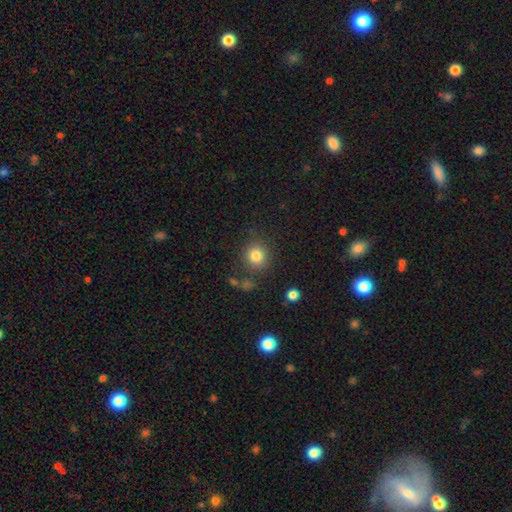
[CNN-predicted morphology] smooth_or_featured: smooth (p=0.82) [alt: star or artifact p=0.12]
how_rounded: round (p=0.89) [alt: in between p=0.11]
merging: none (p=0.81) [alt: minor disturbance p=0.10]